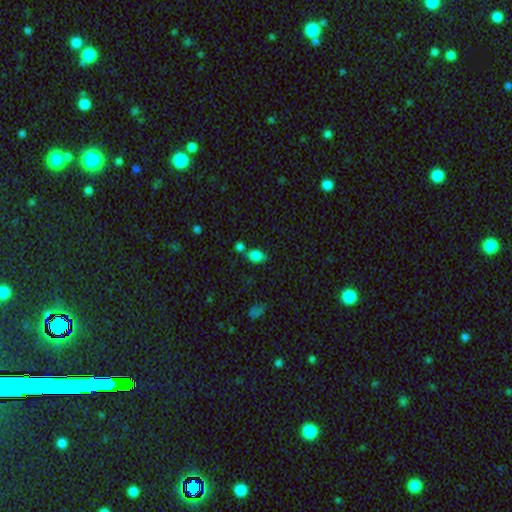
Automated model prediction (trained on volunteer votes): Morphology: type=smooth (83%); roundness=in between (83%); merging=none (58%).